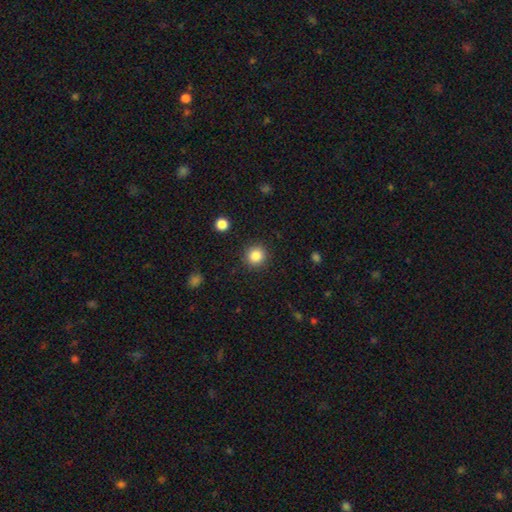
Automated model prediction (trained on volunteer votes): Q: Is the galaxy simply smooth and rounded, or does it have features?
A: smooth — 85%.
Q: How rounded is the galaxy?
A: round — 92%.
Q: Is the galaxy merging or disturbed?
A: none — 90%.